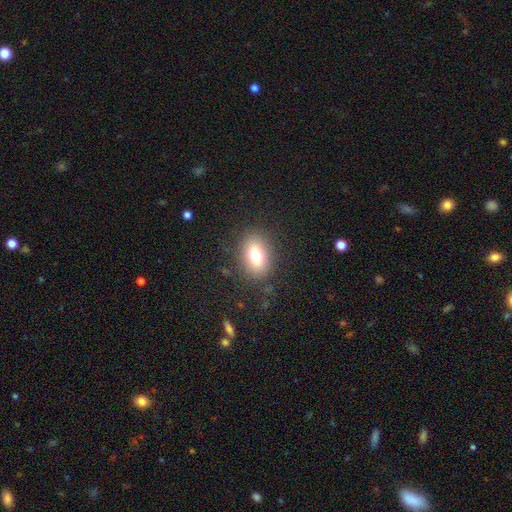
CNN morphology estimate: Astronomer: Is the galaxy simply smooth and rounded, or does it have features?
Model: smooth — 76%.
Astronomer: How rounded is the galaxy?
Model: in between — 81%.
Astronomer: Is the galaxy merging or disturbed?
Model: none — 85%.